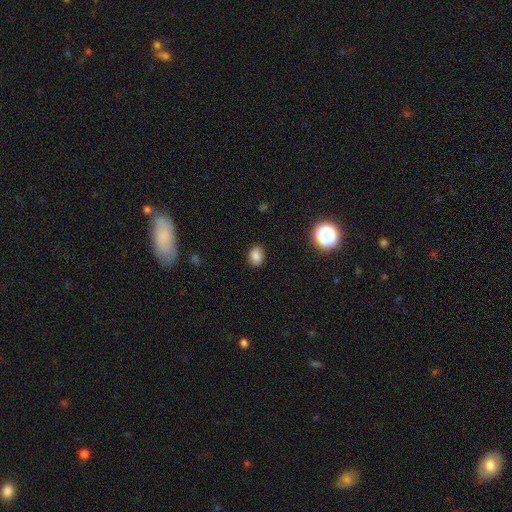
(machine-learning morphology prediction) A smooth galaxy with no disk features (82%) that is in between round and cigar-shaped (59%). Merging: none (87%).